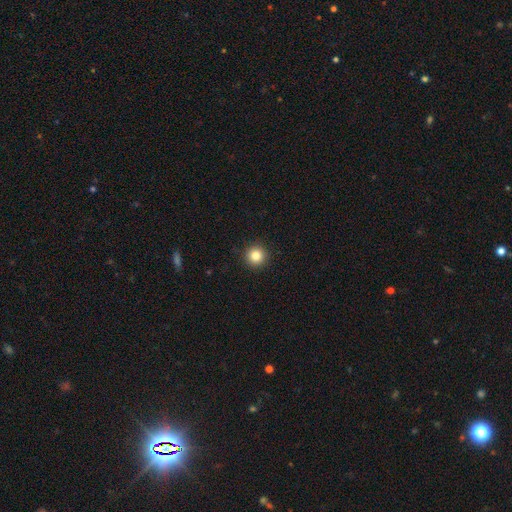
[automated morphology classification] This is clearly a smooth galaxy (84%). How rounded: clearly round (96%). Merging: clearly none (92%).